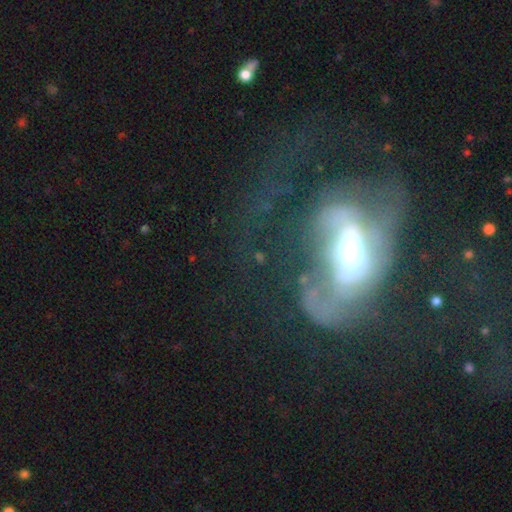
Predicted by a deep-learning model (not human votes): Smooth or featured? featured or disk (67%)
Edge-on disk? no (93%)
Bar? no (47%)
Spiral arms? yes (53%)
Bulge size? moderate (63%)
Merging? major disturbance (58%)